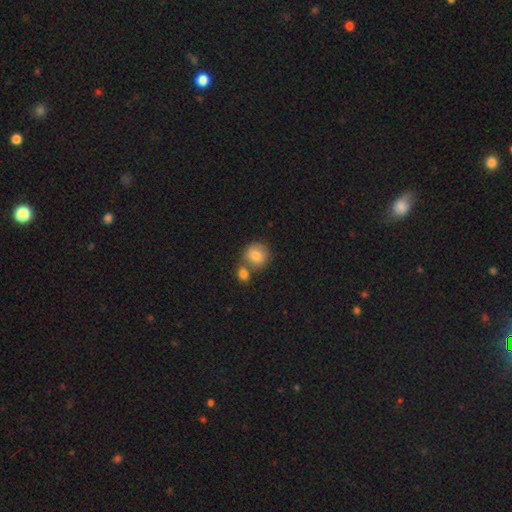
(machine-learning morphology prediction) Overall: smooth (81%). How rounded: round (87%). Merging: none (50%; merger 36%).